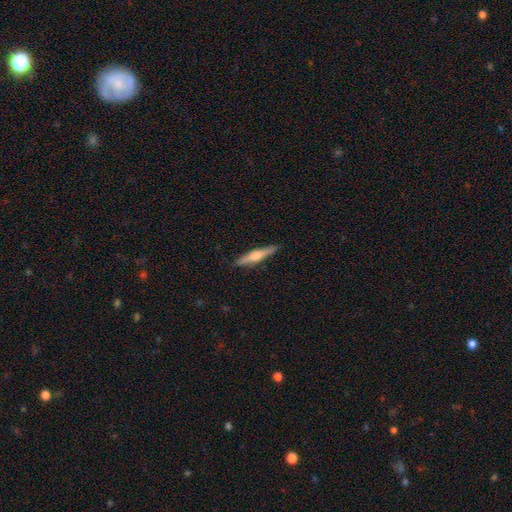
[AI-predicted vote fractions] Q: Smooth or featured?
A: featured or disk (54%); runner-up: smooth (41%)
Q: Edge-on disk?
A: yes (97%); runner-up: no (3%)
Q: Edge-on bulge?
A: rounded (77%); runner-up: boxy (12%)
Q: Merging?
A: none (90%); runner-up: minor disturbance (8%)